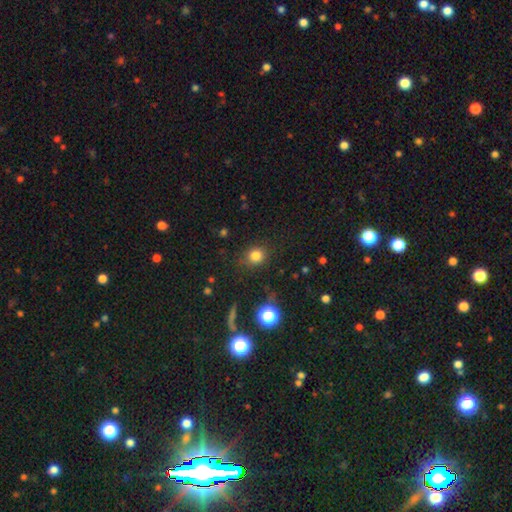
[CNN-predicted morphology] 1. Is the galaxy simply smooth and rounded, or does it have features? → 80% smooth, 14% star or artifact, 6% featured or disk.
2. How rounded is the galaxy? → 76% round, 23% in between, 1% cigar-shaped.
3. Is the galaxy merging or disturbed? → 82% none, 12% minor disturbance, 4% major disturbance, 2% merger.